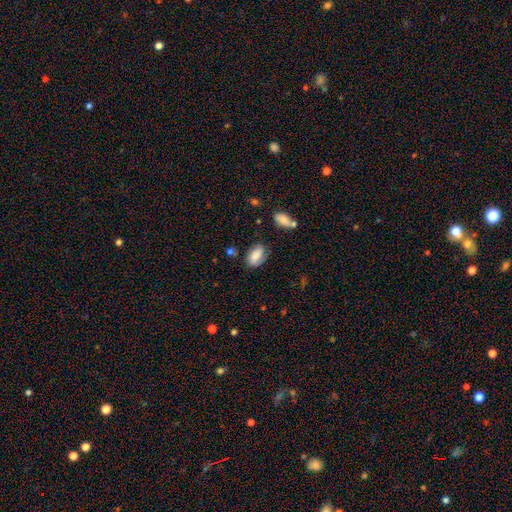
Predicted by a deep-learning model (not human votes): Q: Smooth or featured?
A: smooth (69%); runner-up: featured or disk (22%)
Q: How rounded?
A: in between (90%); runner-up: round (7%)
Q: Merging?
A: none (62%); runner-up: minor disturbance (25%)